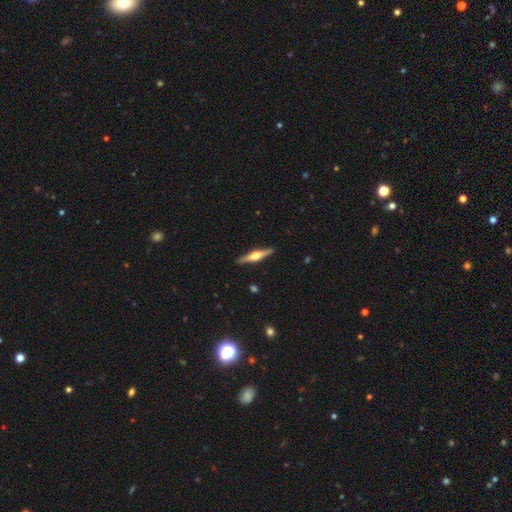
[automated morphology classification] Overall: featured or disk (73%). Edge-on disk: yes (98%). Edge-on bulge: rounded (92%). Merging: none (91%).